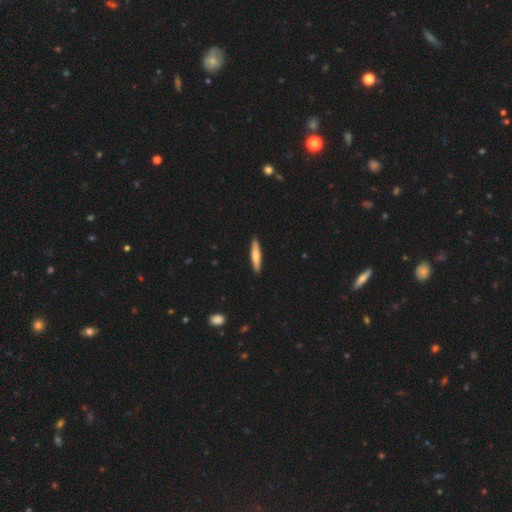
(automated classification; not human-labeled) Smooth or featured? Predicted: smooth (p=0.63). How rounded? Predicted: cigar-shaped (p=0.88). Merging? Predicted: none (p=0.91).